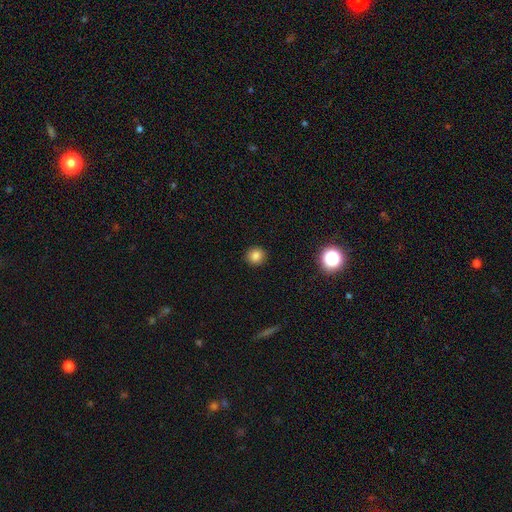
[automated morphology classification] smooth_or_featured: smooth (p=0.82) [alt: star or artifact p=0.13]
how_rounded: round (p=0.88) [alt: in between p=0.11]
merging: none (p=0.92) [alt: minor disturbance p=0.06]